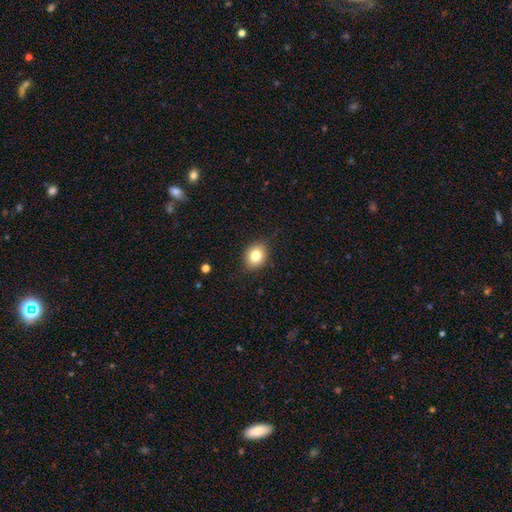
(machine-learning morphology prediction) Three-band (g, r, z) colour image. It shows a smooth galaxy with no disk features (81%) that is round (50%). Merging: none (84%).